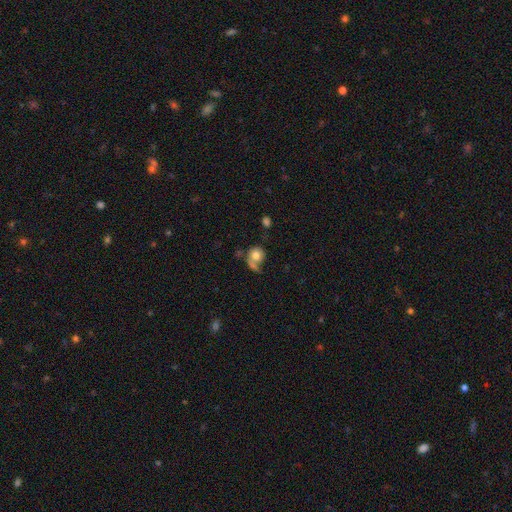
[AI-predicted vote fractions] Smooth or featured?
  - smooth: 67% *
  - featured or disk: 24%
  - star or artifact: 9%
How rounded?
  - round: 75% *
  - in between: 24%
  - cigar-shaped: 1%
Merging?
  - none: 34% *
  - major disturbance: 25%
  - merger: 22%
  - minor disturbance: 18%